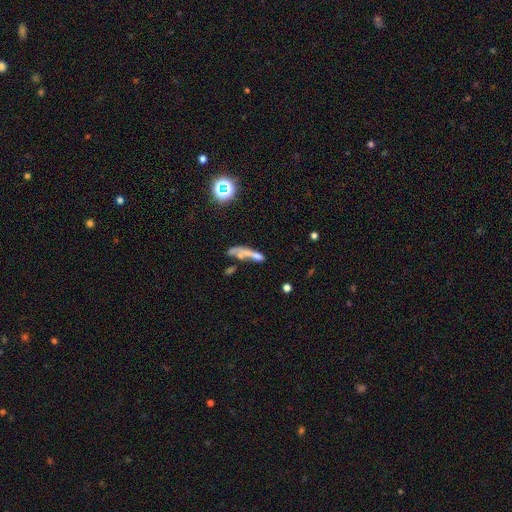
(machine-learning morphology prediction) A smooth galaxy with no disk features (47%). Merging: merger (45%).